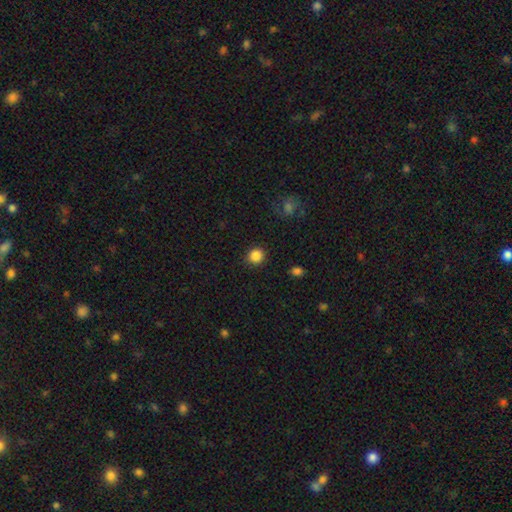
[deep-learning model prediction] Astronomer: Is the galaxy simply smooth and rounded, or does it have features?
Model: smooth — 86%.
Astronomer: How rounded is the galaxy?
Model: round — 90%.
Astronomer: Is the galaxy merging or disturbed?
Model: none — 90%.